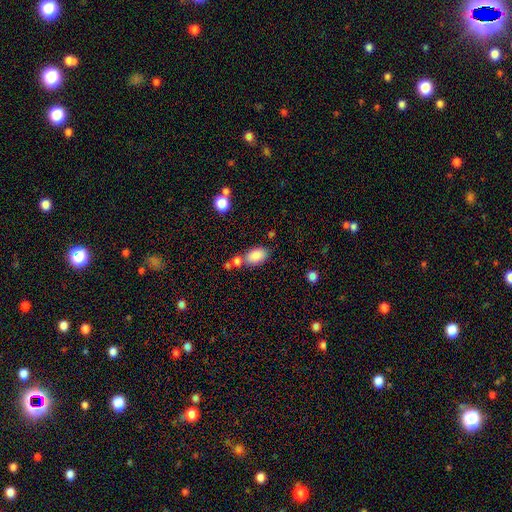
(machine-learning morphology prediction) smooth-or-featured: smooth: 86% | star or artifact: 8% | featured or disk: 6%
  how-rounded: in between: 91% | round: 7% | cigar-shaped: 2%
  merging: none: 58% | merger: 24% | minor disturbance: 14% | major disturbance: 5%